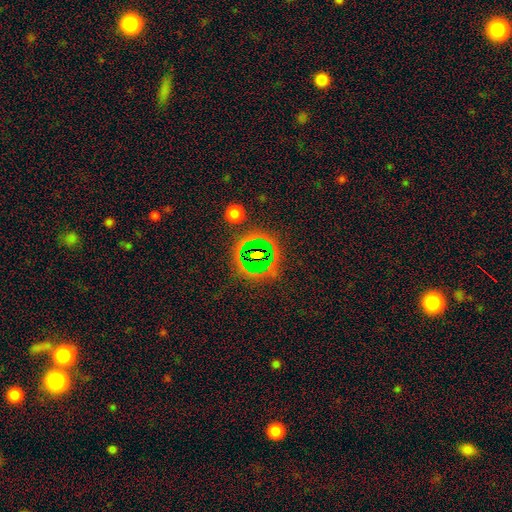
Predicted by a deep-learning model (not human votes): Smooth or featured: star or artifact — 67% (smooth — 19%)